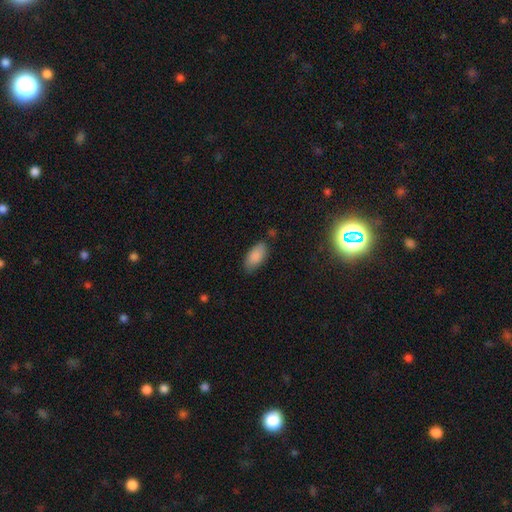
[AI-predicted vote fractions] The model was most divided on "merging": none: 77%, minor disturbance: 17%, major disturbance: 3%, merger: 3%. More confident: how rounded — in between (92%); smooth or featured — smooth (87%).